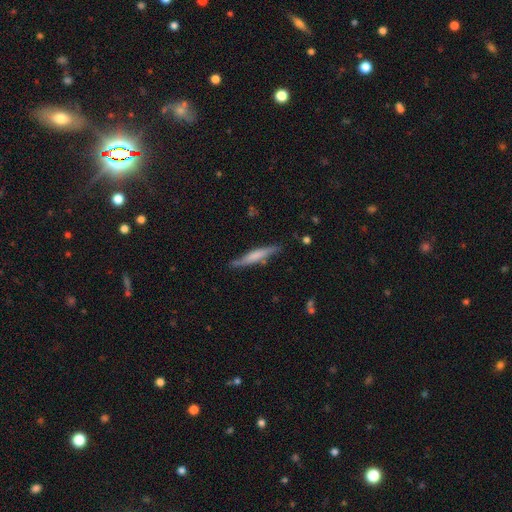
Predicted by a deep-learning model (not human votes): smooth-or-featured: smooth: 51% | featured or disk: 43% | star or artifact: 6%
  how-rounded: cigar-shaped: 92% | in between: 7% | round: 2%
  merging: none: 80% | minor disturbance: 14% | major disturbance: 3% | merger: 2%